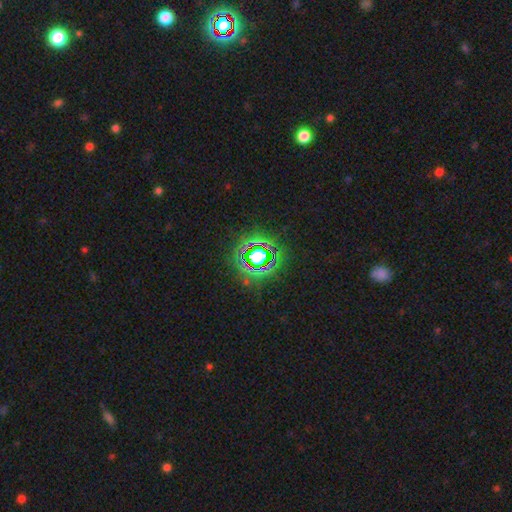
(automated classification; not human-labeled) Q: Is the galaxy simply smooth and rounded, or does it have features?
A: star or artifact — 70%.